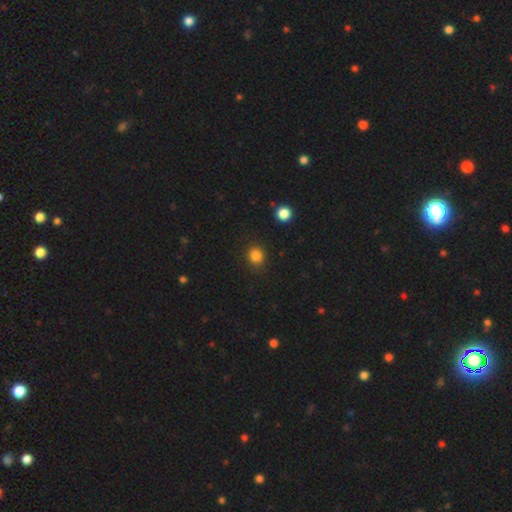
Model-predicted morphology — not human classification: Smooth or featured: smooth — 84% (star or artifact — 12%)
How rounded: round — 82% (in between — 17%)
Merging: none — 87% (minor disturbance — 9%)